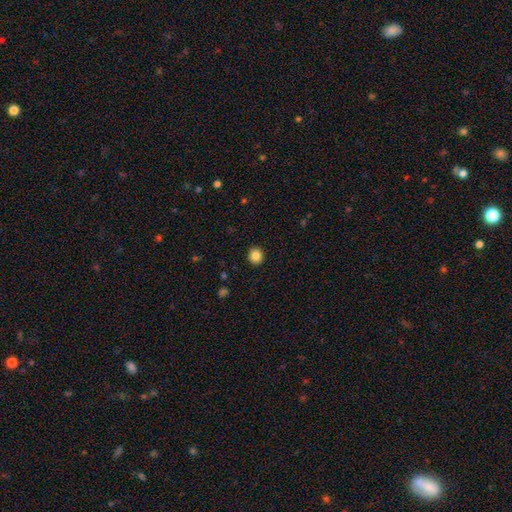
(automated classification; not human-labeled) Overall: smooth (85%). How rounded: round (80%). Merging: none (92%).